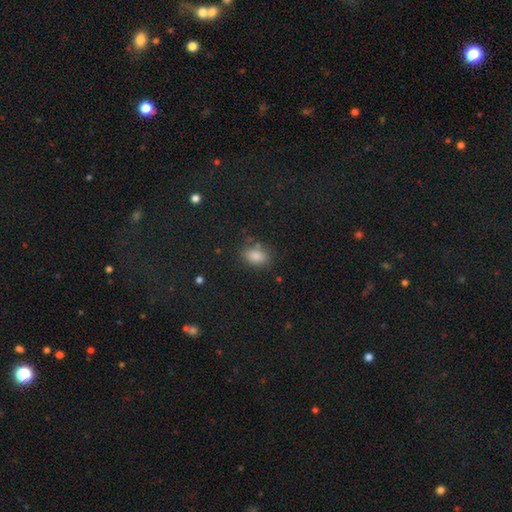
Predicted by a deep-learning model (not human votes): smooth 84%, star or artifact 11%, featured or disk 5%. Down the decision tree: how rounded — in between (82%); merging — none (76%).